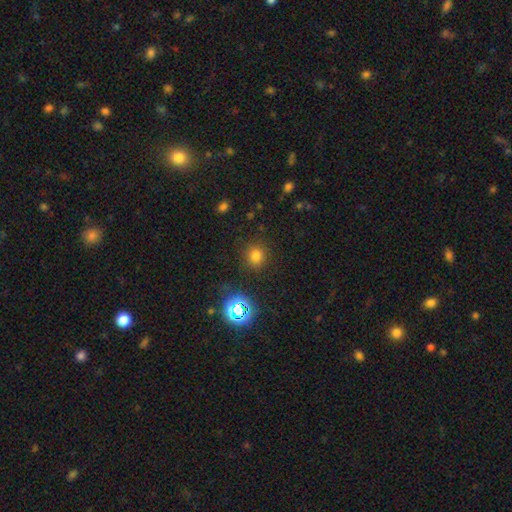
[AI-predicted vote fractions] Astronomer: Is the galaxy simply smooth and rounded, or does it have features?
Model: smooth — 73%.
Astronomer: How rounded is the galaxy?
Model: round — 88%.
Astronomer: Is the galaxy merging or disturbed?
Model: none — 87%.